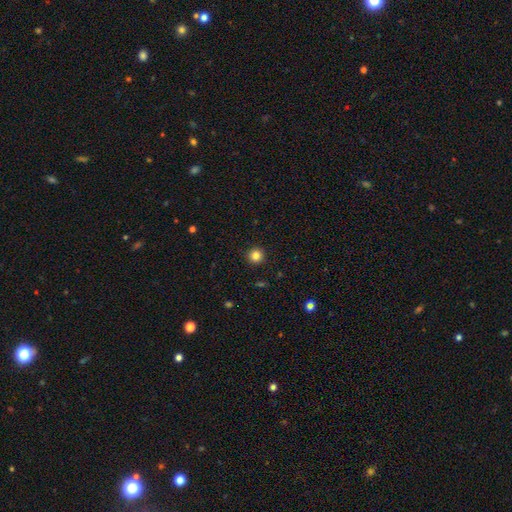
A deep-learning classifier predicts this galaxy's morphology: The model was most divided on "smooth or featured": smooth: 84%, star or artifact: 12%, featured or disk: 5%. More confident: how rounded — round (95%); merging — none (93%).